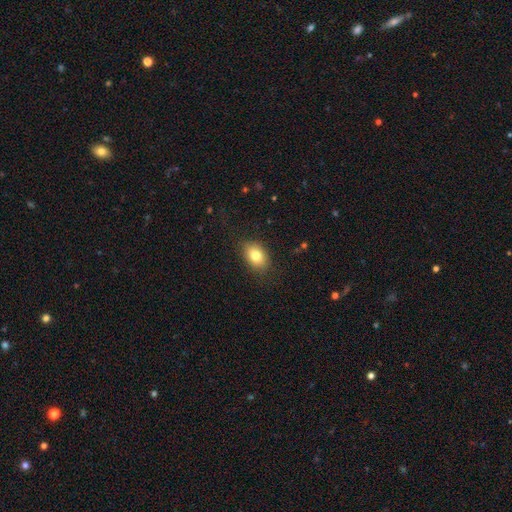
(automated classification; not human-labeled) A smooth galaxy with no disk features (79%) that is in between round and cigar-shaped (78%).

Vote fractions:
- Smooth or featured? smooth: 79% / featured or disk: 12% / star or artifact: 9%
- How rounded? in between: 78% / round: 21% / cigar-shaped: 1%
- Merging? none: 83% / minor disturbance: 12% / major disturbance: 3% / merger: 1%